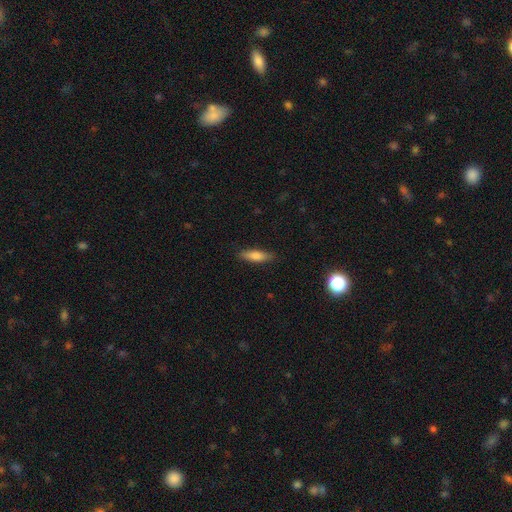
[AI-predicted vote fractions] A smooth galaxy with no disk features (77%) that is cigar-shaped (60%). Merging: none (87%).